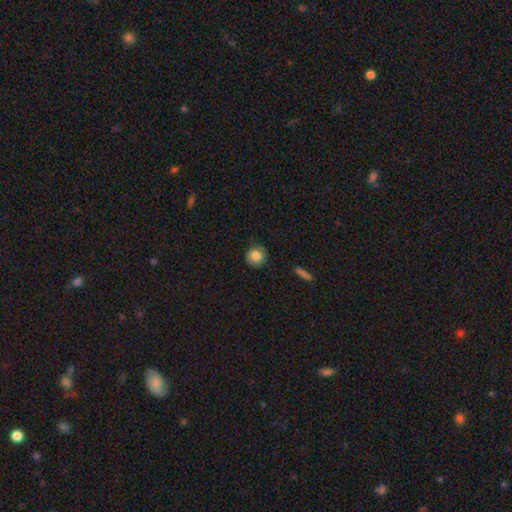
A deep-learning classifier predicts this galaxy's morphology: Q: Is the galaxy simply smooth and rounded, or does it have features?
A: smooth — 82%.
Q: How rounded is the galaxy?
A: round — 92%.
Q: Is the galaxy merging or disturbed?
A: none — 80%.